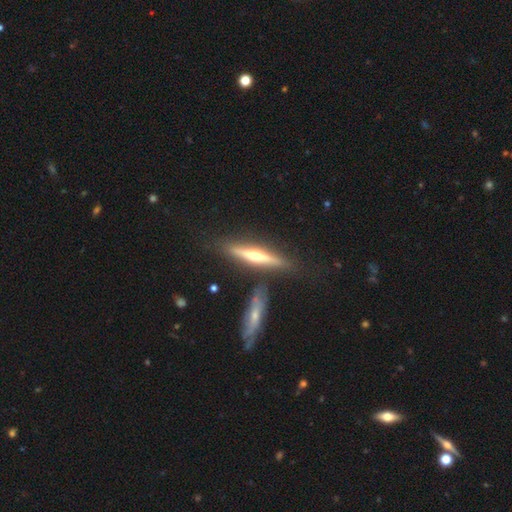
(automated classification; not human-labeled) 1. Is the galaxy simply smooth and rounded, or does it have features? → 68% featured or disk, 26% smooth, 6% star or artifact.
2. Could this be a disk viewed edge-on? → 95% yes, 5% no.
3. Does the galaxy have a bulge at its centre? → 87% rounded, 8% none, 5% boxy.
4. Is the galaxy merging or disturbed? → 76% none, 11% minor disturbance, 10% merger, 3% major disturbance.